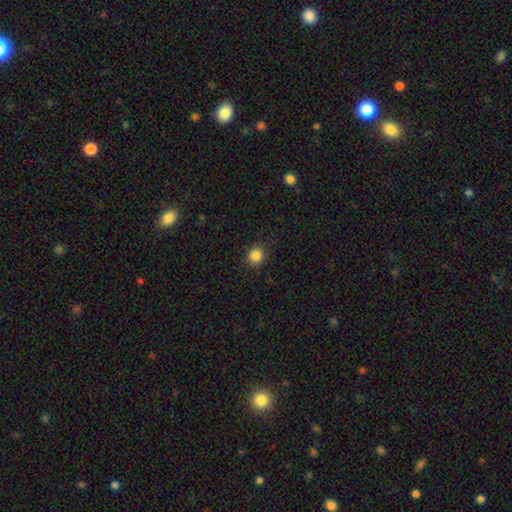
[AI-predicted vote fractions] Q: Smooth or featured?
A: smooth (85%); runner-up: star or artifact (11%)
Q: How rounded?
A: round (88%); runner-up: in between (11%)
Q: Merging?
A: none (90%); runner-up: minor disturbance (7%)